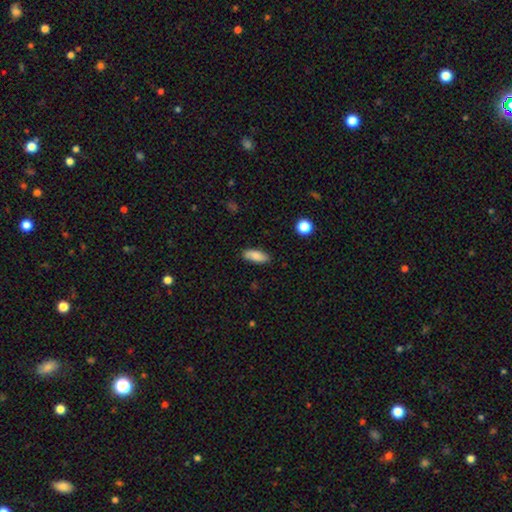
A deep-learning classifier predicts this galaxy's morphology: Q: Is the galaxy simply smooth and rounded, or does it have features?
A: smooth — 83%.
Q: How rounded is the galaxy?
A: in between — 77%.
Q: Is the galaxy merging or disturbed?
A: none — 84%.